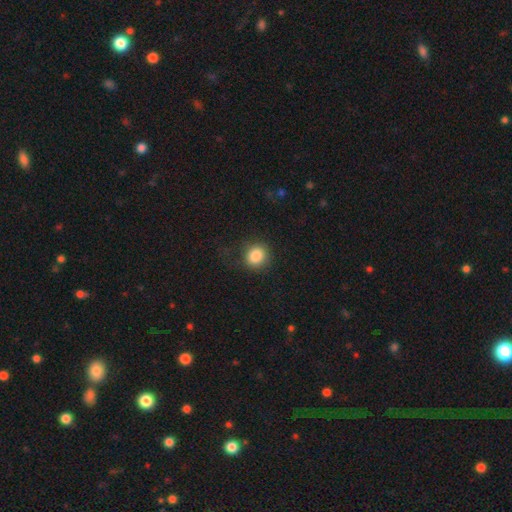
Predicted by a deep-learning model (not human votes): Smooth or featured: smooth — 85% (star or artifact — 9%)
How rounded: round — 85% (in between — 14%)
Merging: none — 77% (minor disturbance — 14%)